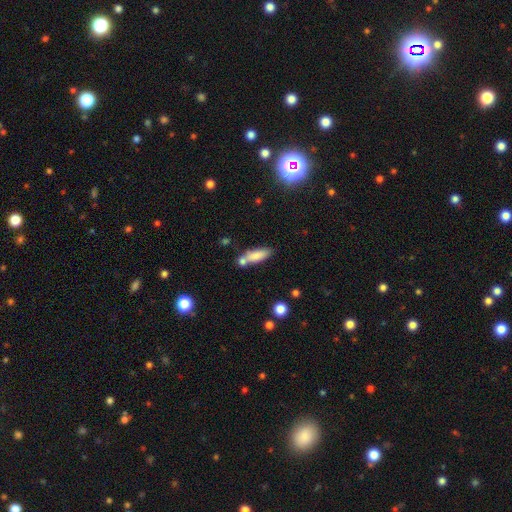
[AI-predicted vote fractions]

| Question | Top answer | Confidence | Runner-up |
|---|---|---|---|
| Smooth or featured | smooth | 80% | featured or disk (12%) |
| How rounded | in between | 52% | cigar-shaped (45%) |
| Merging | none | 54% | merger (26%) |